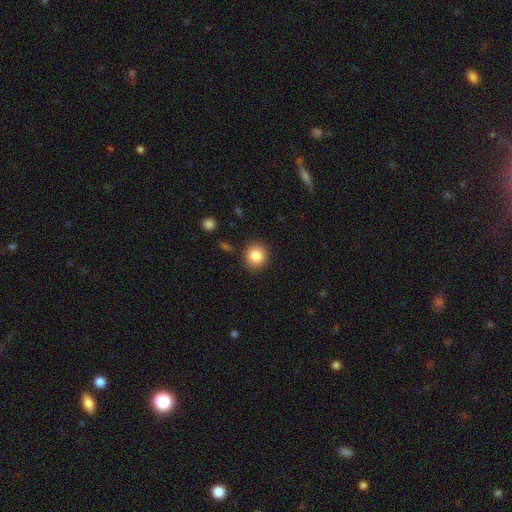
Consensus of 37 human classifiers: smooth_or_featured: smooth (p=0.78) [alt: featured or disk p=0.16]
how_rounded: round (p=0.93) [alt: in between p=0.07]
merging: none (p=0.94) [alt: minor disturbance p=0.06]